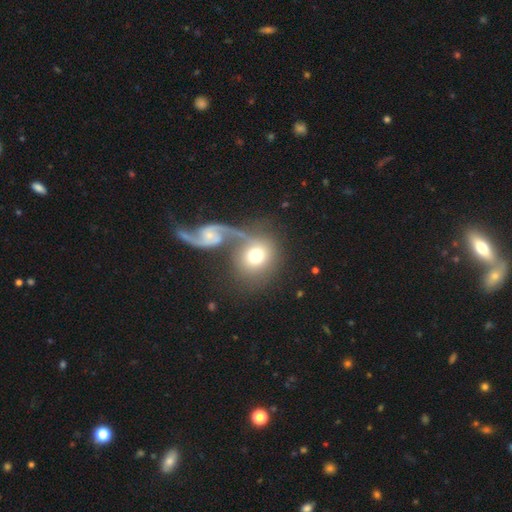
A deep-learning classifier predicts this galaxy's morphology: Overall: smooth (59%; featured or disk 33%). How rounded: round (76%). Merging: merger (41%; none 39%).